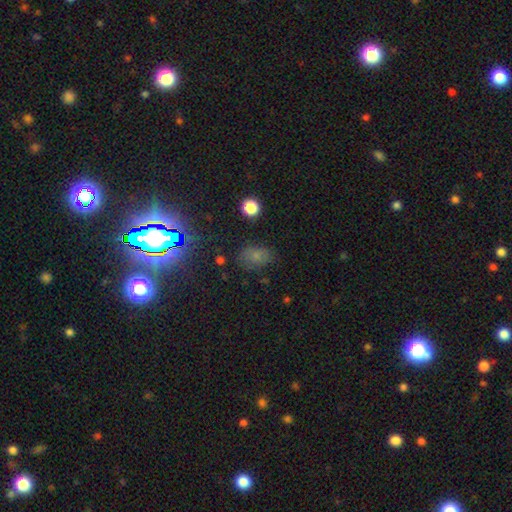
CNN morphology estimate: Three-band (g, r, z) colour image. It shows a smooth galaxy with no disk features (64%) that is in between round and cigar-shaped (79%). Merging: none (75%).